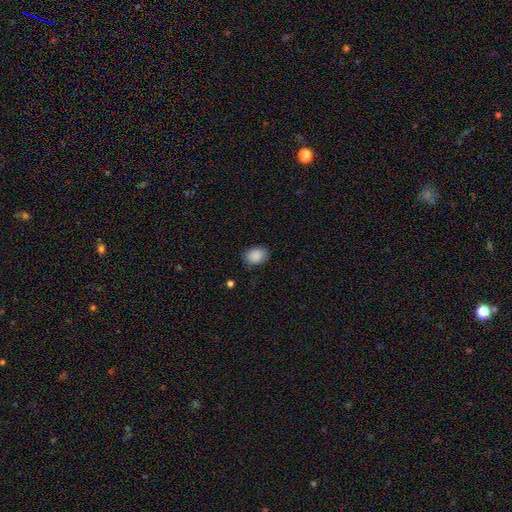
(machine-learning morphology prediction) A smooth galaxy with no disk features (89%) that is in between round and cigar-shaped (64%). Merging: none (84%).